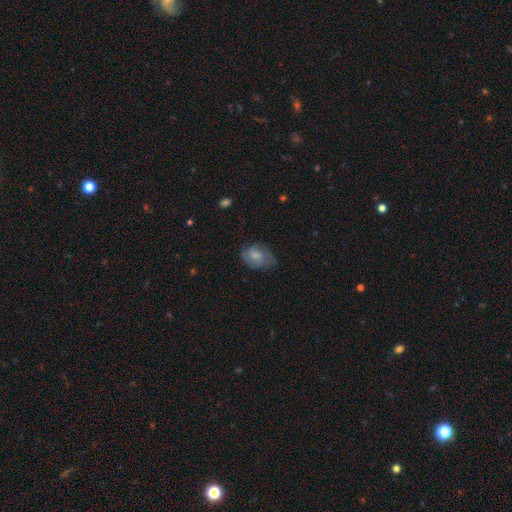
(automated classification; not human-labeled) smooth_or_featured: smooth (p=0.63) [alt: featured or disk p=0.29]
how_rounded: in between (p=0.72) [alt: round p=0.27]
merging: none (p=0.55) [alt: minor disturbance p=0.30]